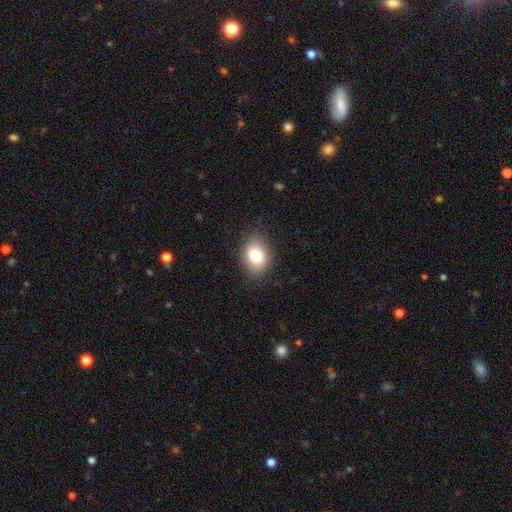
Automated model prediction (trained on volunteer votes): This appears to be a smooth galaxy with no disk features (80%) that is in between round and cigar-shaped (65%). Merging: none (85%).